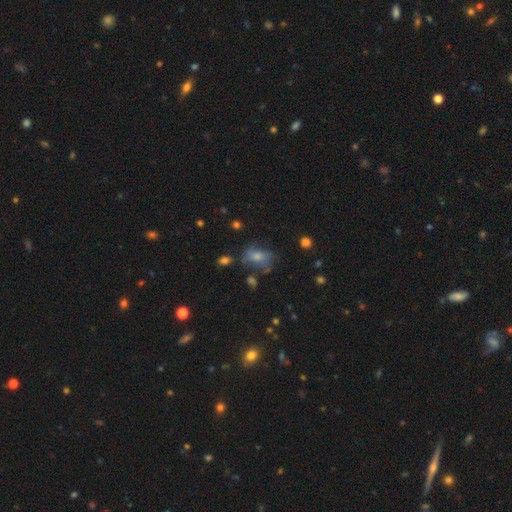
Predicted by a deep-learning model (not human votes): Smooth or featured? Predicted: smooth (p=0.44). Merging? Predicted: none (p=0.57).